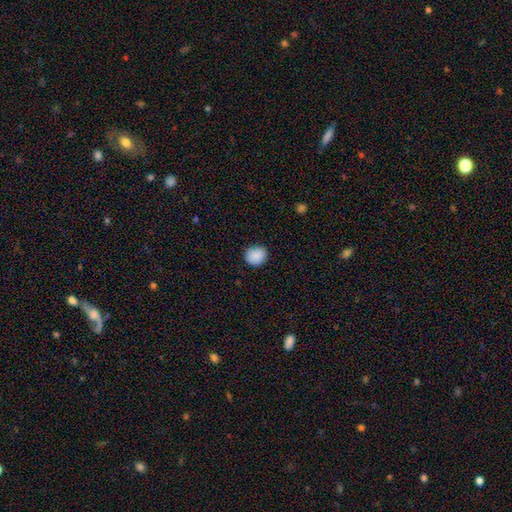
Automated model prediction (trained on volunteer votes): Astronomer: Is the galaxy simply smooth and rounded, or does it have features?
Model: smooth — 89%.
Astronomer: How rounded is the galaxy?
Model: round — 78%.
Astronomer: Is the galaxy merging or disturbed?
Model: none — 86%.